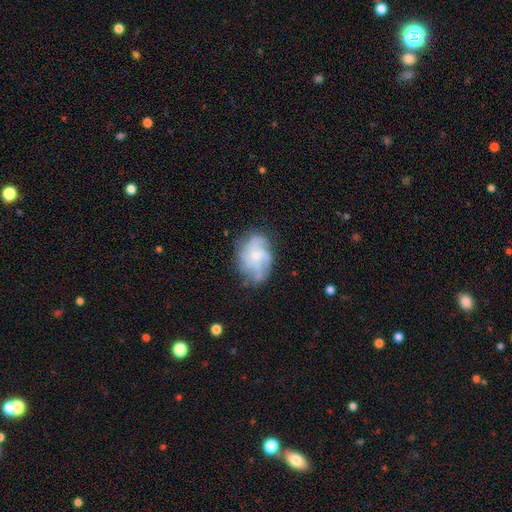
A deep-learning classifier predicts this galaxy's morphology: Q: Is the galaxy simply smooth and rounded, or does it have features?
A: featured or disk — 70%.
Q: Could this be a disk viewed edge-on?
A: no — 98%.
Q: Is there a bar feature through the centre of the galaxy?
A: no — 75%.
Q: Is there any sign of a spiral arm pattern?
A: yes — 86%.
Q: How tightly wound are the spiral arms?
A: medium — 42%.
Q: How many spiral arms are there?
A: can't tell — 31%.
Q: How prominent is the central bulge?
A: small — 65%.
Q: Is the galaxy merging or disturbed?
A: none — 62%.